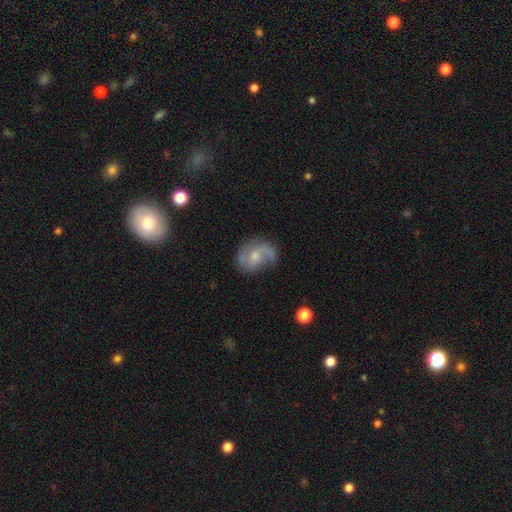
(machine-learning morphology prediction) Q: Smooth or featured?
A: featured or disk (72%); runner-up: smooth (20%)
Q: Edge-on disk?
A: no (97%); runner-up: yes (3%)
Q: Bar?
A: no (54%); runner-up: weak (40%)
Q: Spiral arms?
A: yes (92%); runner-up: no (8%)
Q: Spiral winding?
A: medium (43%); runner-up: loose (42%)
Q: Spiral arm count?
A: 2 (77%); runner-up: 1 (12%)
Q: Bulge size?
A: small (45%); runner-up: moderate (44%)
Q: Merging?
A: none (65%); runner-up: minor disturbance (22%)